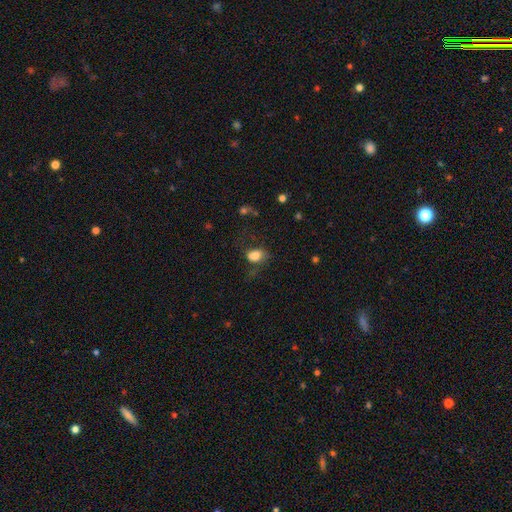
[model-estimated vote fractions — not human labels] The model was most divided on "merging": none: 44%, major disturbance: 28%, minor disturbance: 25%, merger: 4%. More confident: how rounded — in between (78%); smooth or featured — smooth (75%).